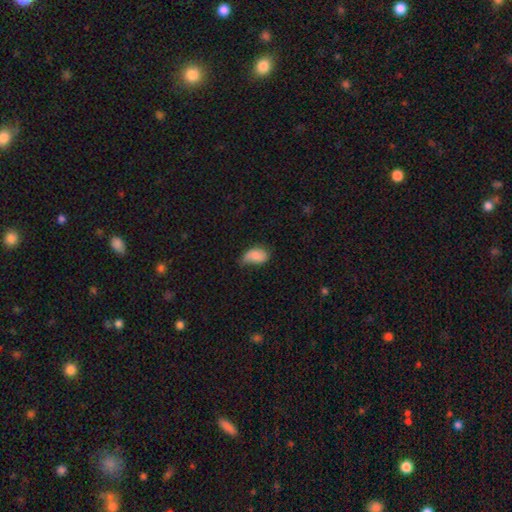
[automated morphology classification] This appears to be a smooth galaxy with no disk features (76%) that is in between round and cigar-shaped (89%). Merging: minor disturbance (45%).